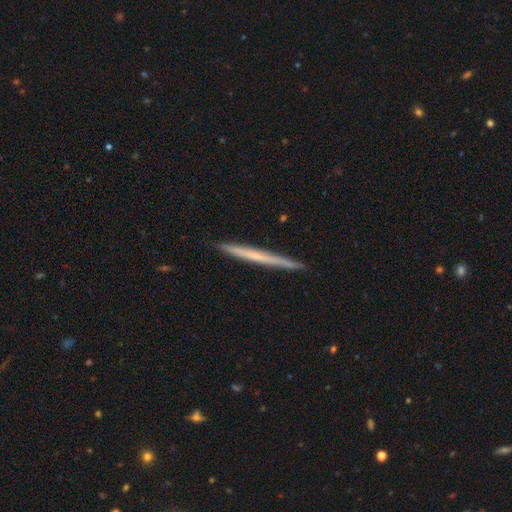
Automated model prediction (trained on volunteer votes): smooth-or-featured: featured or disk: 51% | smooth: 43% | star or artifact: 6%
  disk-edge-on: yes: 98% | no: 2%
    edge-on-bulge: none: 82% | rounded: 14% | boxy: 3%
  merging: none: 92% | minor disturbance: 6% | major disturbance: 1% | merger: 1%